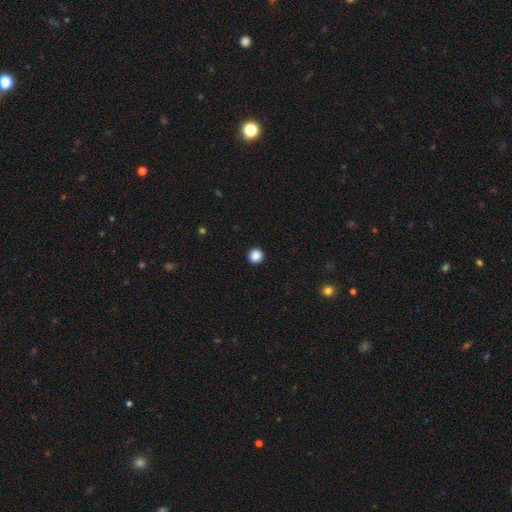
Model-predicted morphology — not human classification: Q: Smooth or featured?
A: smooth (88%); runner-up: star or artifact (10%)
Q: How rounded?
A: round (96%); runner-up: in between (3%)
Q: Merging?
A: none (94%); runner-up: minor disturbance (4%)